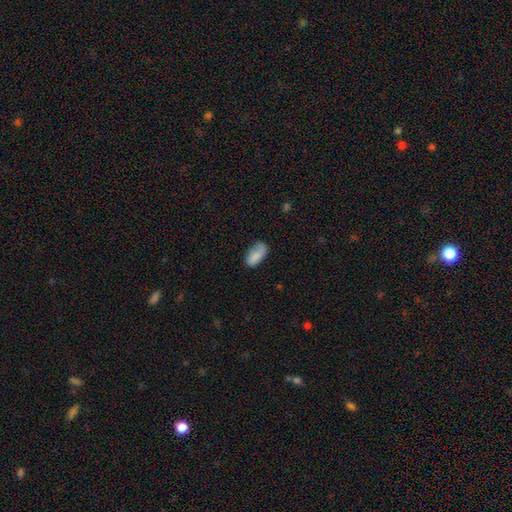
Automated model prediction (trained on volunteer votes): Q: Smooth or featured?
A: smooth (79%); runner-up: featured or disk (14%)
Q: How rounded?
A: in between (93%); runner-up: round (4%)
Q: Merging?
A: none (54%); runner-up: minor disturbance (29%)